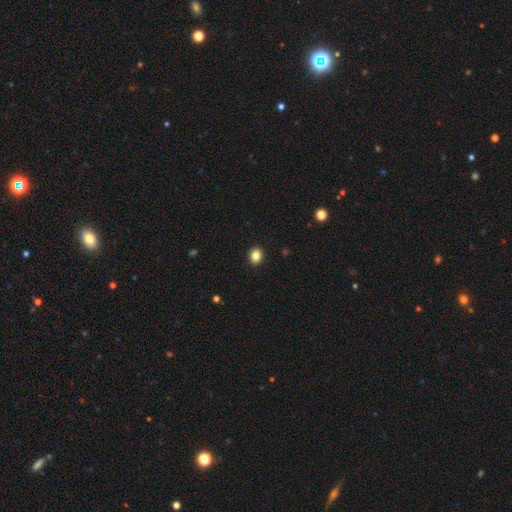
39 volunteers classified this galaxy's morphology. type=smooth (92%); roundness=round (75%); merging=none (97%).